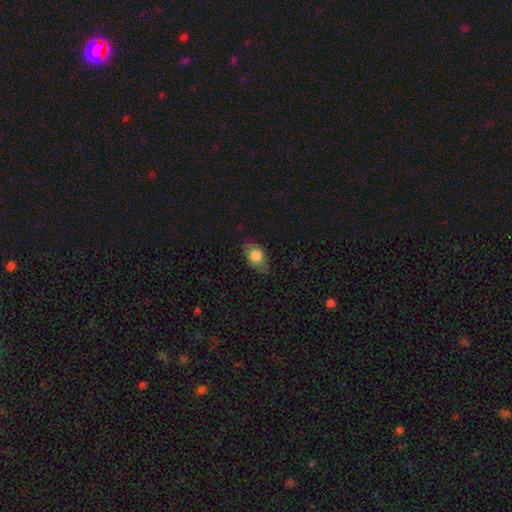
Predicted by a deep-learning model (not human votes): Smooth or featured: smooth — 77% (featured or disk — 16%)
How rounded: in between — 82% (round — 15%)
Merging: none — 74% (minor disturbance — 19%)